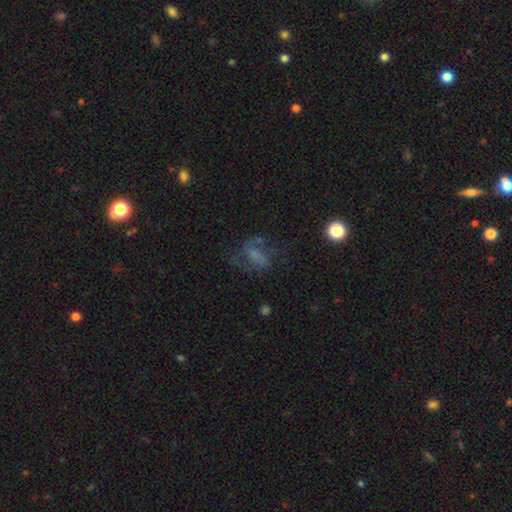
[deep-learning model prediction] Q: Smooth or featured?
A: featured or disk (46%); runner-up: smooth (36%)
Q: Merging?
A: none (45%); runner-up: major disturbance (30%)